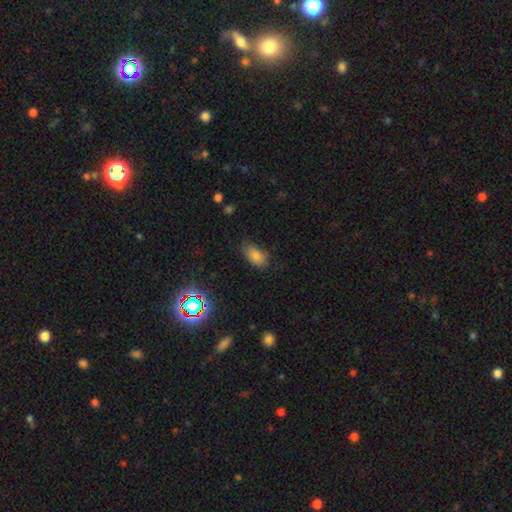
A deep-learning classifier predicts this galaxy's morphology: Smooth or featured?
  - smooth: 77% *
  - star or artifact: 13%
  - featured or disk: 9%
How rounded?
  - in between: 91% *
  - round: 6%
  - cigar-shaped: 3%
Merging?
  - none: 75% *
  - minor disturbance: 19%
  - major disturbance: 4%
  - merger: 2%